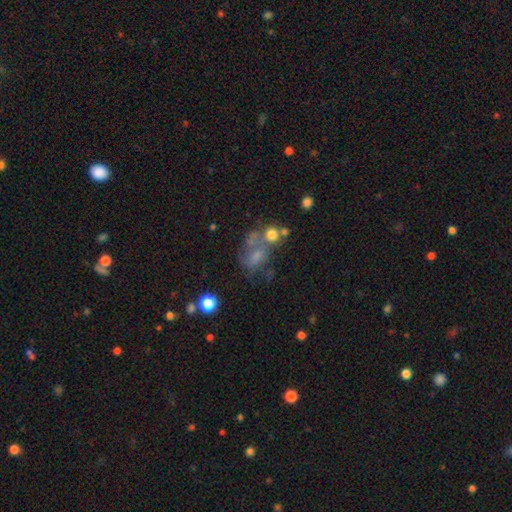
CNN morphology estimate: Q: Smooth or featured?
A: smooth (52%); runner-up: featured or disk (30%)
Q: How rounded?
A: in between (66%); runner-up: round (32%)
Q: Merging?
A: merger (34%); runner-up: none (27%)